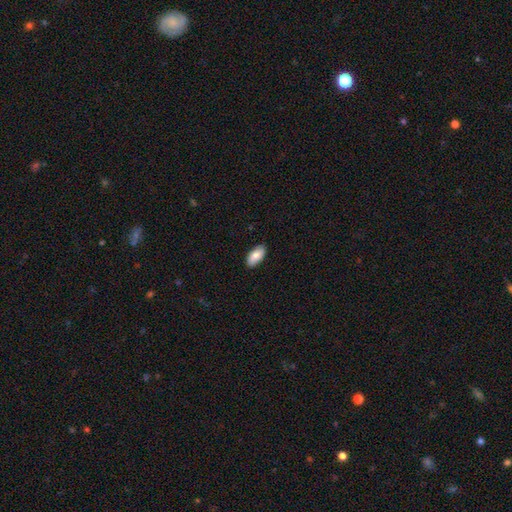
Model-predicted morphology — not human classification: A smooth galaxy with no disk features (82%) that is in between round and cigar-shaped (92%).

Vote fractions:
- Smooth or featured? smooth: 82% / featured or disk: 12% / star or artifact: 6%
- How rounded? in between: 92% / cigar-shaped: 6% / round: 2%
- Merging? none: 85% / minor disturbance: 12% / major disturbance: 2% / merger: 1%